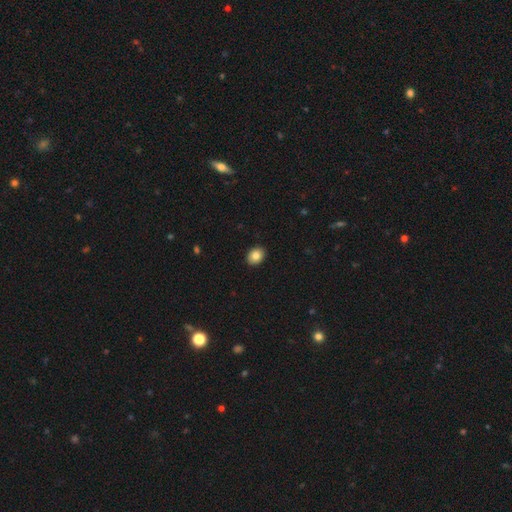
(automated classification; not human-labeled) smooth_or_featured: smooth (p=0.83) [alt: featured or disk p=0.08]
how_rounded: in between (p=0.63) [alt: round p=0.36]
merging: none (p=0.91) [alt: minor disturbance p=0.06]